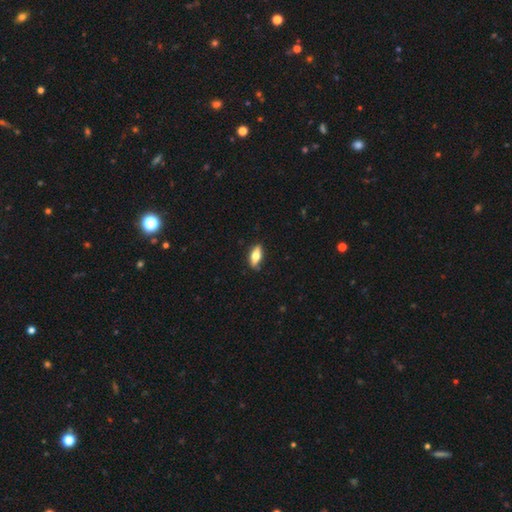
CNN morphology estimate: smooth_or_featured: smooth (p=0.60) [alt: featured or disk p=0.34]
how_rounded: in between (p=0.72) [alt: cigar-shaped p=0.24]
merging: none (p=0.85) [alt: minor disturbance p=0.12]